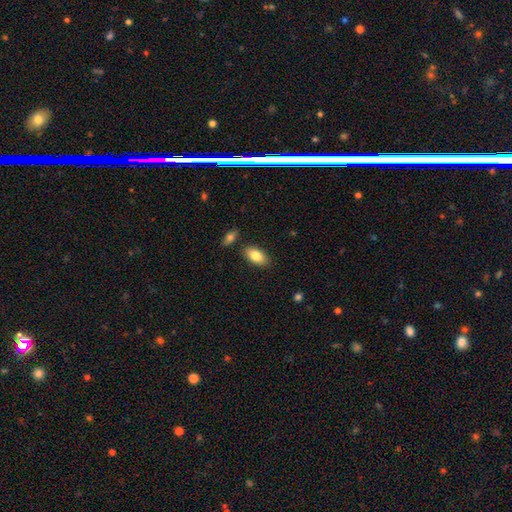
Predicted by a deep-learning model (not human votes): This appears to be a smooth galaxy with no disk features (83%) that is in between round and cigar-shaped (93%). Merging: none (84%).